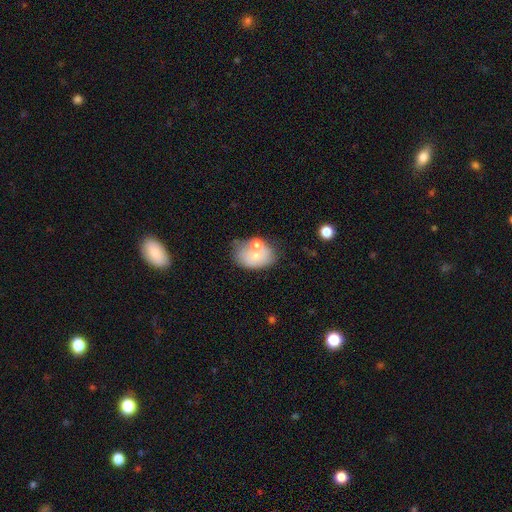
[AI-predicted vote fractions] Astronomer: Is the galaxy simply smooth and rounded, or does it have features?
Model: smooth — 64%.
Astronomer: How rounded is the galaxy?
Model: in between — 78%.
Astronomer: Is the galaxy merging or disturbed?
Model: none — 48%.